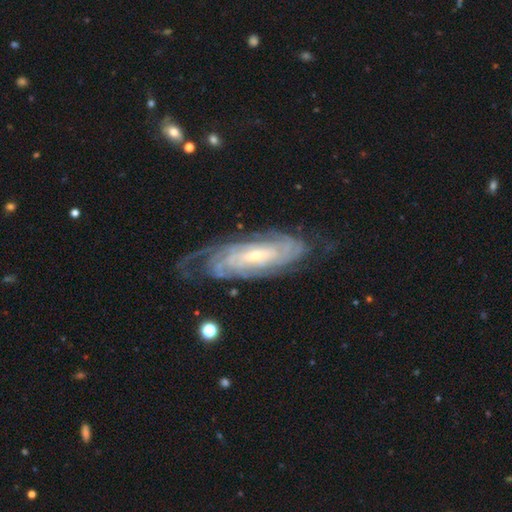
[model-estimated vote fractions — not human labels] Smooth or featured? Predicted: featured or disk (p=0.88). Edge-on disk? Predicted: no (p=0.90). Bar? Predicted: no (p=0.46). Spiral arms? Predicted: yes (p=0.97). Spiral winding? Predicted: tight (p=0.77). Spiral arm count? Predicted: can't tell (p=0.36). Bulge size? Predicted: small (p=0.63). Merging? Predicted: none (p=0.71).